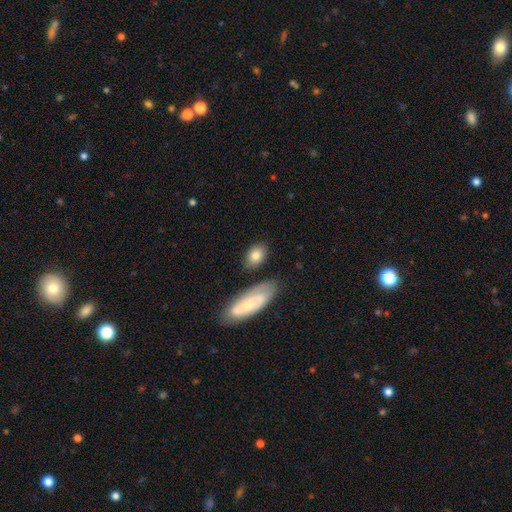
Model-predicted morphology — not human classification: A smooth galaxy with no disk features (81%) that is in between round and cigar-shaped (77%).

Vote fractions:
- Smooth or featured? smooth: 81% / featured or disk: 12% / star or artifact: 7%
- How rounded? in between: 77% / round: 19% / cigar-shaped: 4%
- Merging? none: 74% / minor disturbance: 15% / merger: 7% / major disturbance: 4%